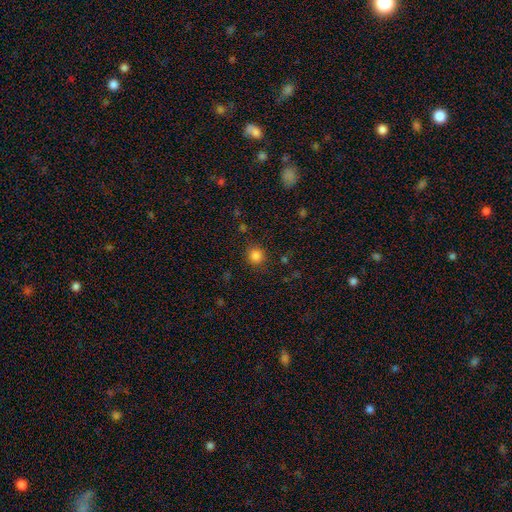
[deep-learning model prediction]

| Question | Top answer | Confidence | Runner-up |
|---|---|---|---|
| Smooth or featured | smooth | 84% | star or artifact (12%) |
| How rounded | round | 90% | in between (10%) |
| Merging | none | 87% | minor disturbance (8%) |